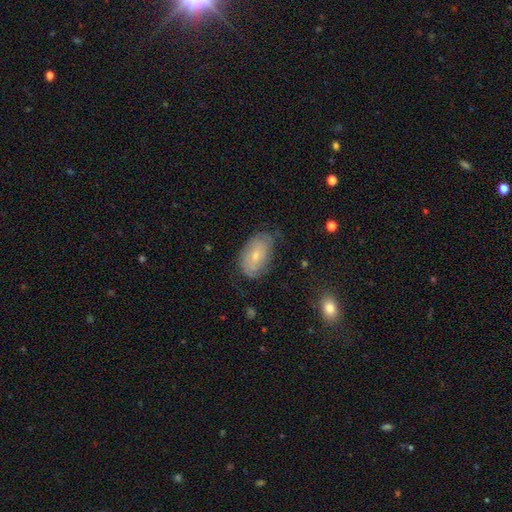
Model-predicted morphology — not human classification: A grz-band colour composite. It shows a smooth galaxy with no disk features (51%) that is in between round and cigar-shaped (91%). Merging: none (61%).